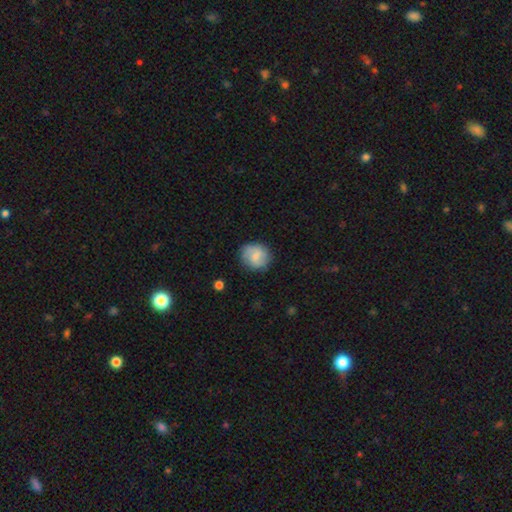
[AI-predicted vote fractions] Smooth or featured? Predicted: smooth (p=0.62). How rounded? Predicted: round (p=0.83). Merging? Predicted: none (p=0.81).